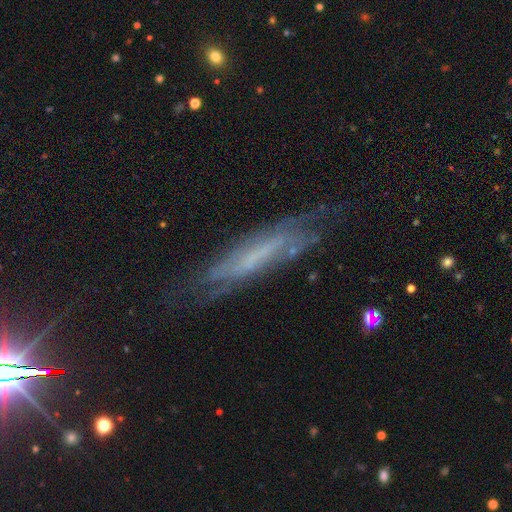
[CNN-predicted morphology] Smooth or featured? featured or disk (64%)
Edge-on disk? yes (53%)
Merging? none (65%)